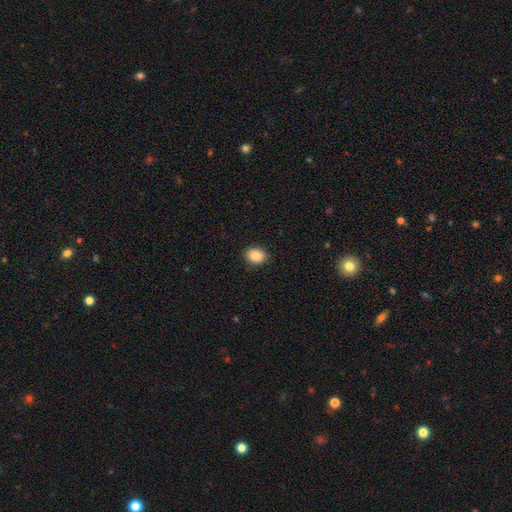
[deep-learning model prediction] Overall: smooth (88%). How rounded: in between (52%; round 47%). Merging: none (88%).